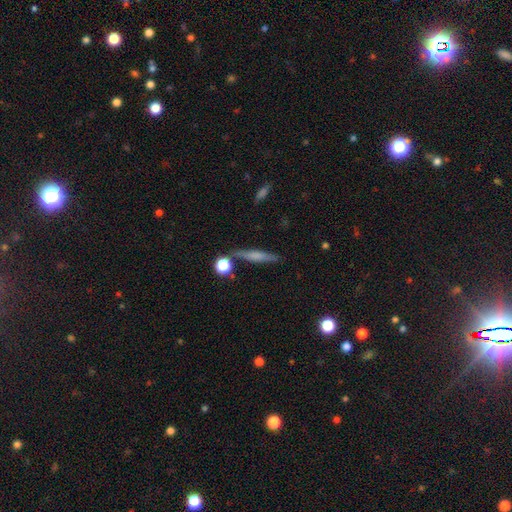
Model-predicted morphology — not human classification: Smooth or featured? smooth (49%)
Merging? none (79%)